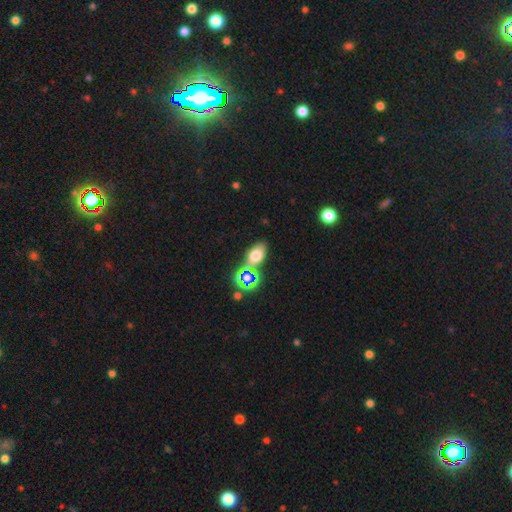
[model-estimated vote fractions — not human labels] Overall: smooth (65%). How rounded: in between (83%). Merging: none (68%).